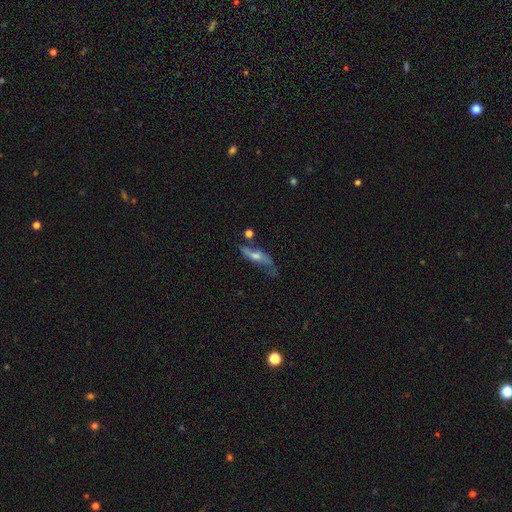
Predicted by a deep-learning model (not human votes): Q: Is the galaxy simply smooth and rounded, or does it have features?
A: featured or disk — 58%.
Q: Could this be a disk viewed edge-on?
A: no — 59%.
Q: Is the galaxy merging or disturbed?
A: none — 39%.